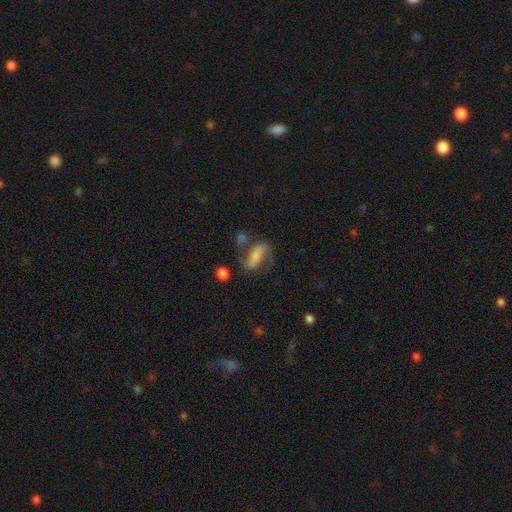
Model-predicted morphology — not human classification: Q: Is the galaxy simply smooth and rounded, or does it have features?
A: featured or disk — 60%.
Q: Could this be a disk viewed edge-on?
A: no — 95%.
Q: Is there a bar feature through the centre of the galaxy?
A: strong — 40%.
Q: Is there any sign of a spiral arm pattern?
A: yes — 89%.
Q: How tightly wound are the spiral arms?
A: loose — 53%.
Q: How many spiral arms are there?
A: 2 — 86%.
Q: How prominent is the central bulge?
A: none — 32%, tied with small.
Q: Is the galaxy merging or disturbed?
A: none — 54%.